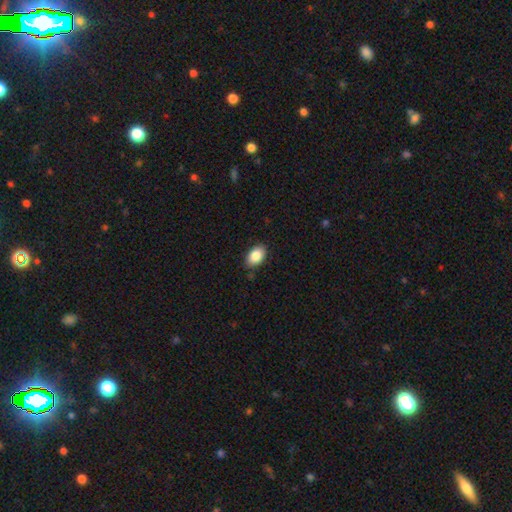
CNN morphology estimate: Smooth or featured? smooth (87%)
How rounded? in between (89%)
Merging? none (85%)